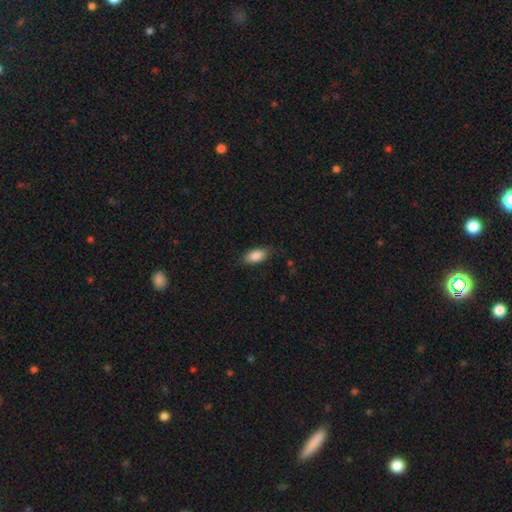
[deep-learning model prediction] Overall: smooth (86%). How rounded: in between (90%). Merging: none (80%).